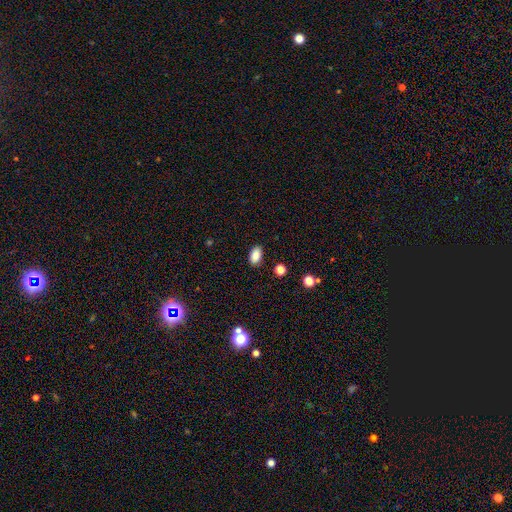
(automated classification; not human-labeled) This appears to be a smooth galaxy with no disk features (86%) that is in between round and cigar-shaped (92%). Merging: none (88%).